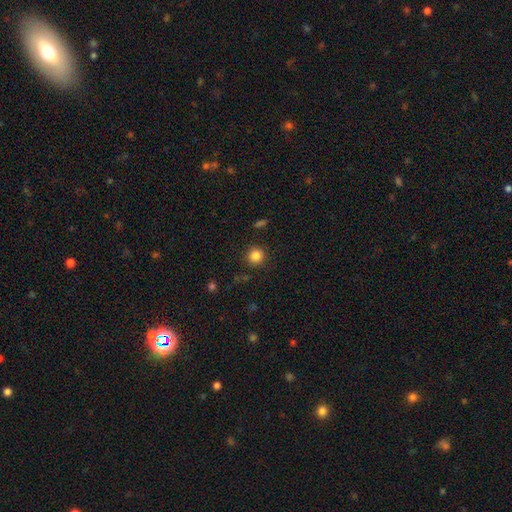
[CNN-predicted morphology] type=smooth (84%); roundness=round (94%); merging=none (90%).